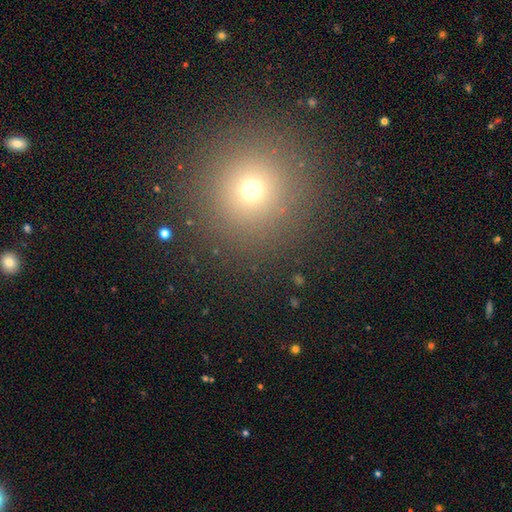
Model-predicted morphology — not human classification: Smooth or featured? smooth (63%)
How rounded? round (95%)
Merging? none (90%)